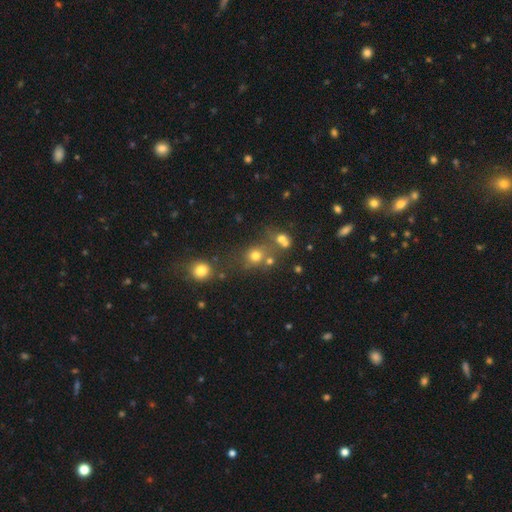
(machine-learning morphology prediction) Smooth or featured?
  - smooth: 68% *
  - star or artifact: 21%
  - featured or disk: 10%
How rounded?
  - round: 81% *
  - in between: 18%
  - cigar-shaped: 1%
Merging?
  - none: 61% *
  - merger: 21%
  - minor disturbance: 11%
  - major disturbance: 7%